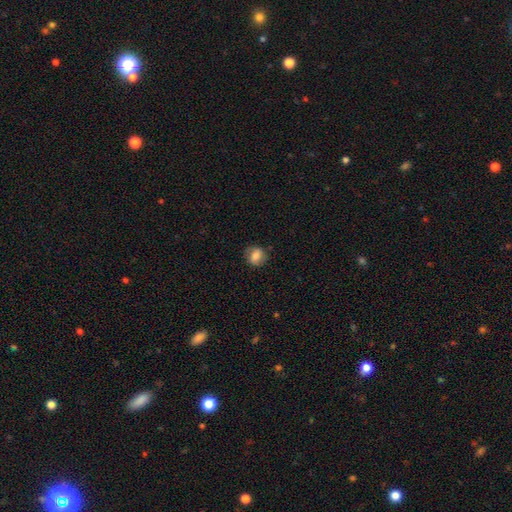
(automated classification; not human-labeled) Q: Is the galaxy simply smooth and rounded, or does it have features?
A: smooth — 69%.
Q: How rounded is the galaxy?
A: round — 71%.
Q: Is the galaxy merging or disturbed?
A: none — 76%.